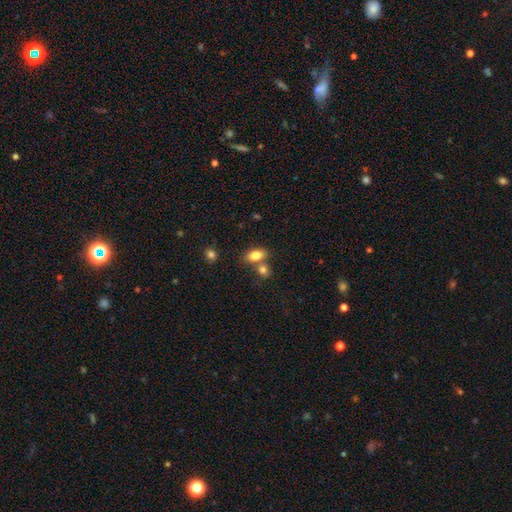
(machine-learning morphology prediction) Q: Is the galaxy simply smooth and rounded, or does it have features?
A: smooth — 82%.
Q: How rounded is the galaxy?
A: in between — 86%.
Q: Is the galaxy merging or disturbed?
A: none — 53%.